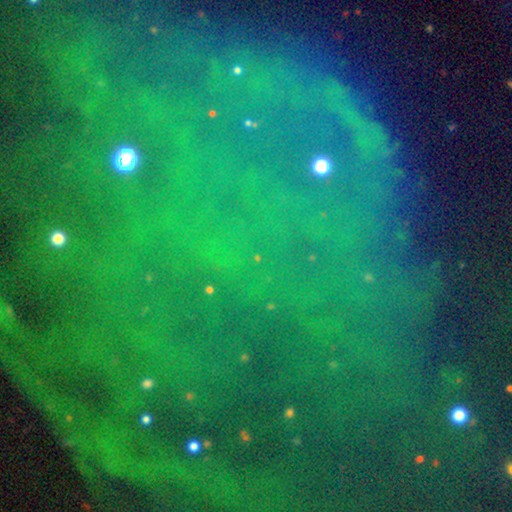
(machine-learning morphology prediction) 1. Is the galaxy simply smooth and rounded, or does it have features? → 79% star or artifact, 11% featured or disk, 10% smooth.